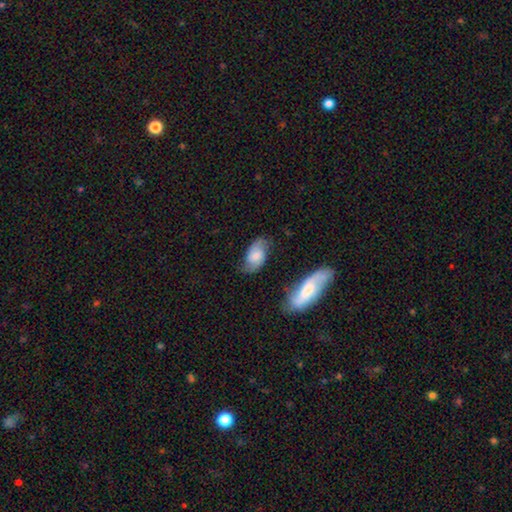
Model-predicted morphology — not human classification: type=smooth (51%); roundness=in between (92%); merging=none (65%).